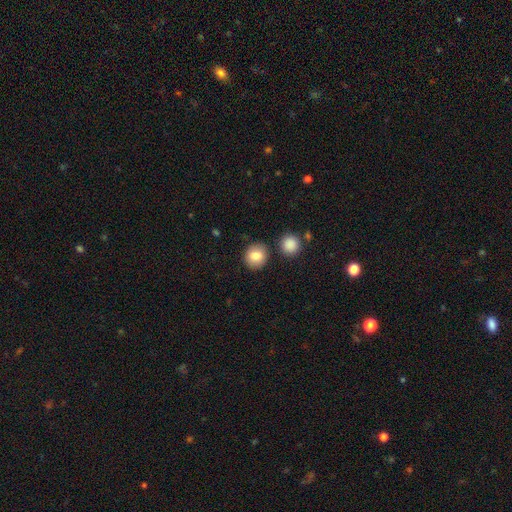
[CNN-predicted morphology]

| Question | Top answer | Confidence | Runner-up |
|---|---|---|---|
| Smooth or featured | smooth | 84% | star or artifact (9%) |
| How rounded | round | 84% | in between (15%) |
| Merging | none | 84% | minor disturbance (8%) |